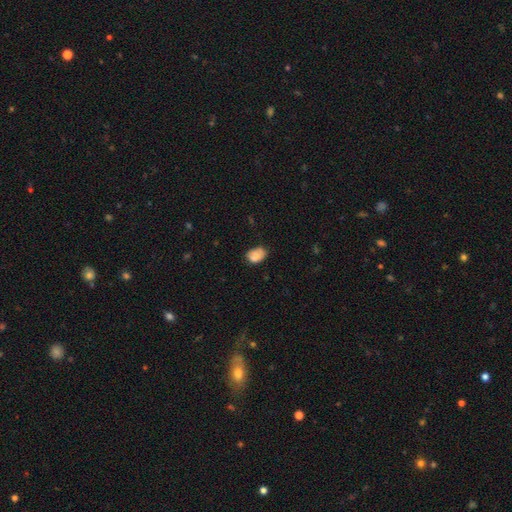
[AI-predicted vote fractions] Smooth or featured: smooth — 82% (featured or disk — 9%)
How rounded: in between — 80% (round — 19%)
Merging: none — 60% (minor disturbance — 31%)